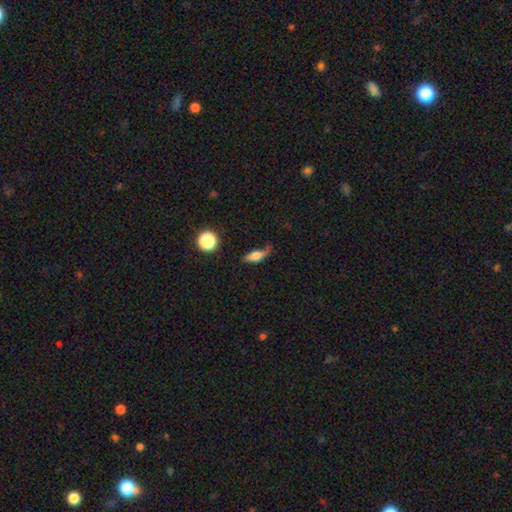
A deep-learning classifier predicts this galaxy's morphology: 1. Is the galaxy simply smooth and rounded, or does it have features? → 62% smooth, 28% featured or disk, 10% star or artifact.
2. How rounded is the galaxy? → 63% in between, 29% cigar-shaped, 8% round.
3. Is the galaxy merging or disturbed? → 46% none, 32% minor disturbance, 18% major disturbance, 4% merger.